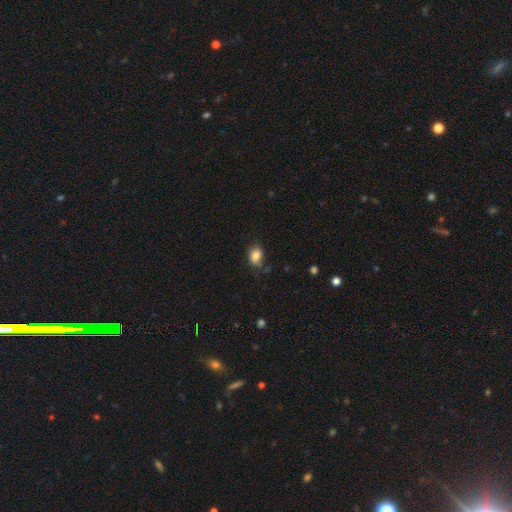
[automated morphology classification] Q: Smooth or featured?
A: smooth (81%); runner-up: featured or disk (9%)
Q: How rounded?
A: in between (69%); runner-up: round (29%)
Q: Merging?
A: none (61%); runner-up: minor disturbance (27%)